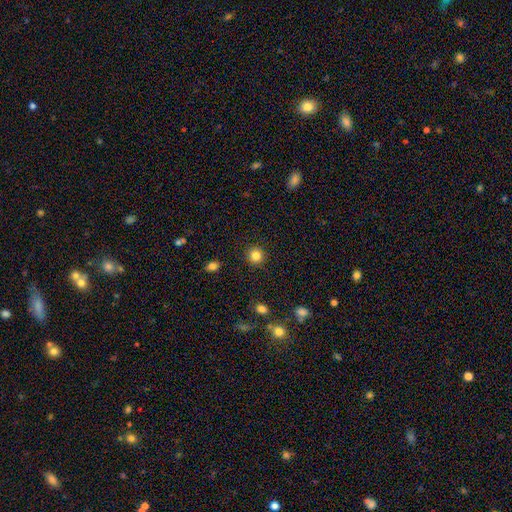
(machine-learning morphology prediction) smooth_or_featured: smooth (p=0.84) [alt: star or artifact p=0.11]
how_rounded: round (p=0.94) [alt: in between p=0.05]
merging: none (p=0.92) [alt: minor disturbance p=0.05]